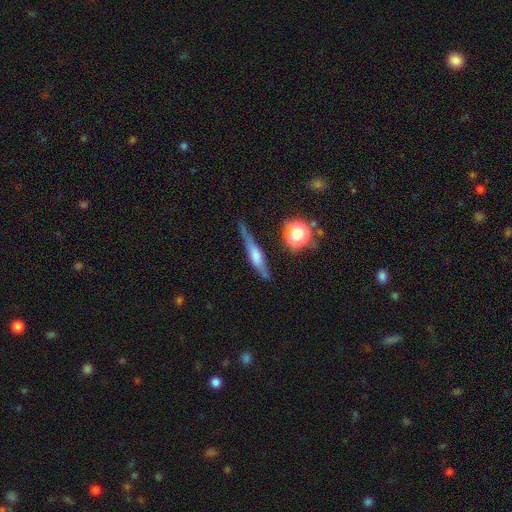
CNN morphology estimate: Smooth or featured: featured or disk — 56% (smooth — 34%)
Edge-on disk: yes — 91% (no — 9%)
Edge-on bulge: rounded — 67% (boxy — 22%)
Merging: none — 71% (minor disturbance — 20%)